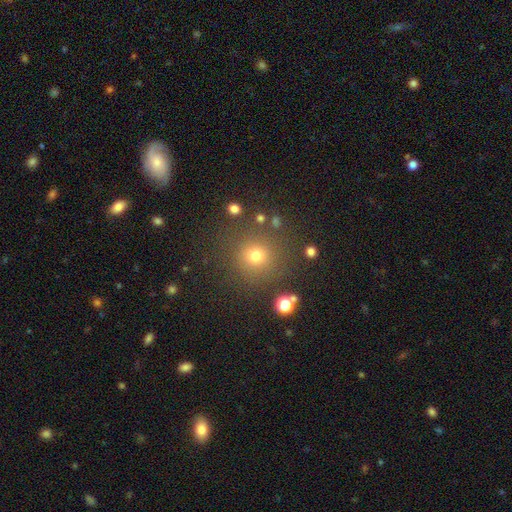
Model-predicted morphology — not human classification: smooth-or-featured: smooth: 74% | star or artifact: 19% | featured or disk: 7%
  how-rounded: round: 94% | in between: 5% | cigar-shaped: 1%
  merging: none: 84% | minor disturbance: 9% | major disturbance: 4% | merger: 4%